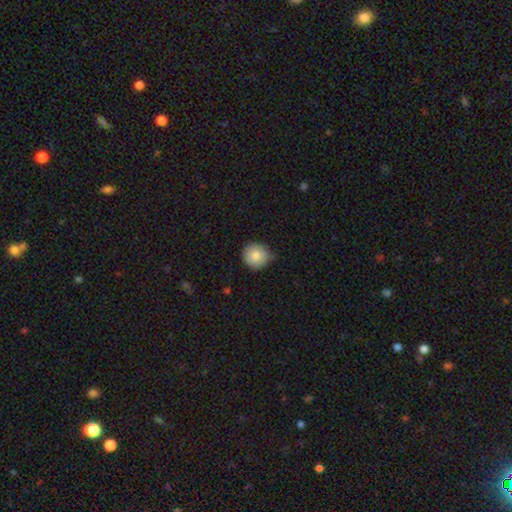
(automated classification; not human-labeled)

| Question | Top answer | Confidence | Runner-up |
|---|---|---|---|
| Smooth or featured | smooth | 84% | featured or disk (9%) |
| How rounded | round | 93% | in between (6%) |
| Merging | none | 82% | minor disturbance (15%) |